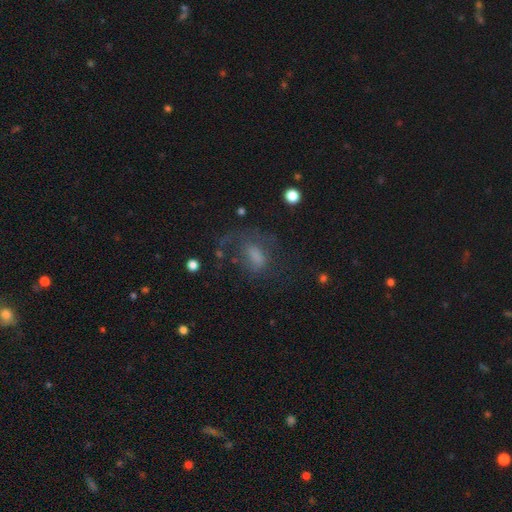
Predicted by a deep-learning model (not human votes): The model was most divided on "smooth or featured": smooth: 44%, featured or disk: 40%, star or artifact: 17%. Remaining: merging — none (41%).